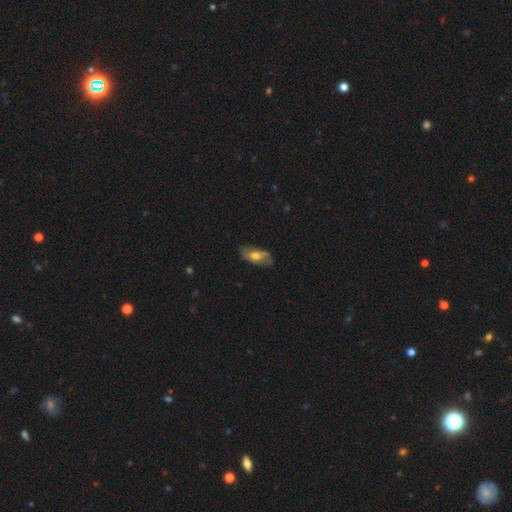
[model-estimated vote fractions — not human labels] smooth_or_featured: smooth (p=0.47) [alt: featured or disk p=0.46]
merging: none (p=0.67) [alt: minor disturbance p=0.24]